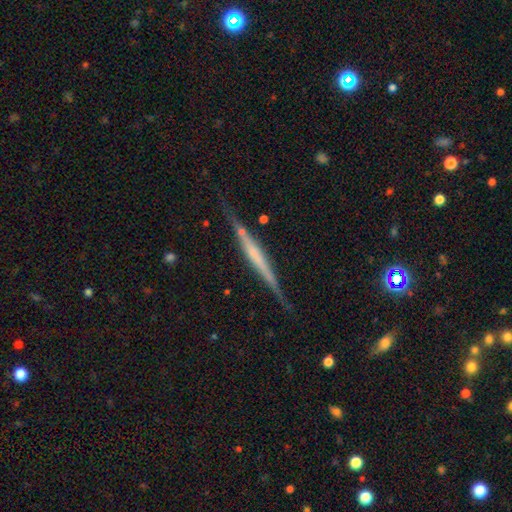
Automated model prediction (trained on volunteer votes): Smooth or featured? featured or disk (73%)
Edge-on disk? yes (97%)
Edge-on bulge? none (49%)
Merging? none (83%)